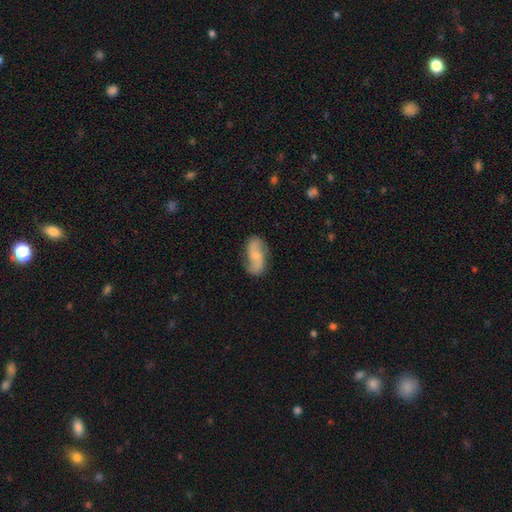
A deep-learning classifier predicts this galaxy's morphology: smooth-or-featured: featured or disk: 68% | smooth: 25% | star or artifact: 6%
  disk-edge-on: no: 96% | yes: 4%
    bar: no: 54% | weak: 36% | strong: 9%
    has-spiral-arms: yes: 93% | no: 7%
      spiral-winding: loose: 54% | medium: 34% | tight: 12%
      spiral-arm-count: 2: 91% | can't tell: 4% | 1: 2% | 3: 1% | 4: 1% | more than 4: 1%
    bulge-size: small: 51% | moderate: 34% | none: 11% | large: 3% | dominant: 1%
  merging: none: 78% | minor disturbance: 16% | major disturbance: 5% | merger: 2%